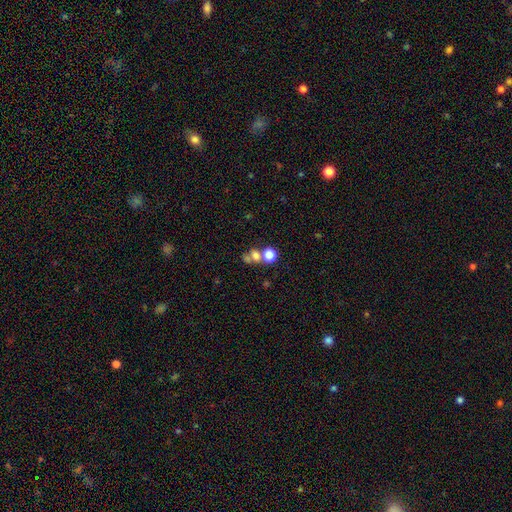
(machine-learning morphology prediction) smooth-or-featured: smooth: 66% | star or artifact: 20% | featured or disk: 14%
  how-rounded: round: 66% | in between: 32% | cigar-shaped: 2%
  merging: merger: 45% | none: 39% | minor disturbance: 9% | major disturbance: 7%